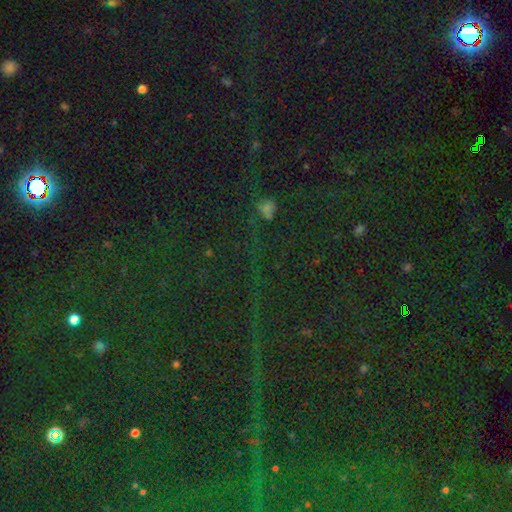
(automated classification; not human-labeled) This appears to be a star or artifact, not a galaxy (83%).